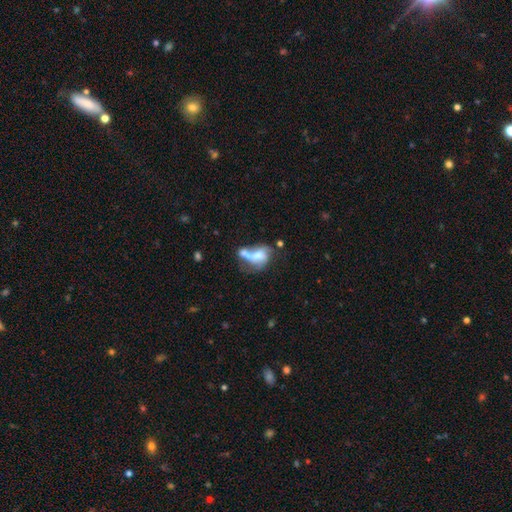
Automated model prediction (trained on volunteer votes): Overall: featured or disk (46%; smooth 45%). Merging: merger (52%; major disturbance 19%).